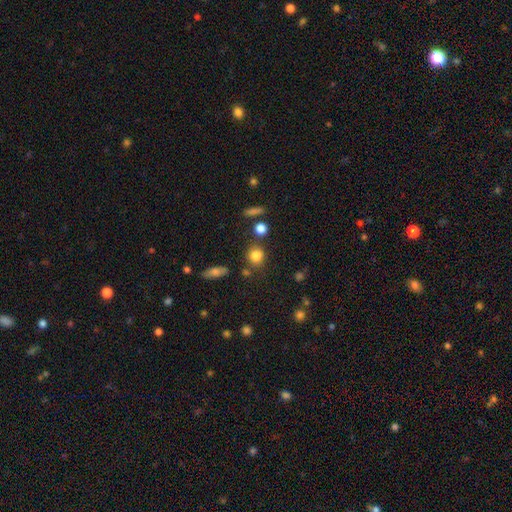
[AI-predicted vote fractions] Smooth or featured: smooth — 81% (star or artifact — 12%)
How rounded: round — 78% (in between — 20%)
Merging: none — 73% (minor disturbance — 13%)